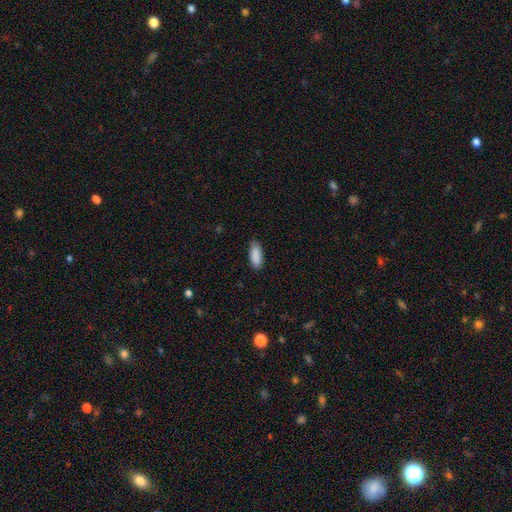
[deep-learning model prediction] Overall: smooth (90%). How rounded: in between (81%). Merging: none (81%).